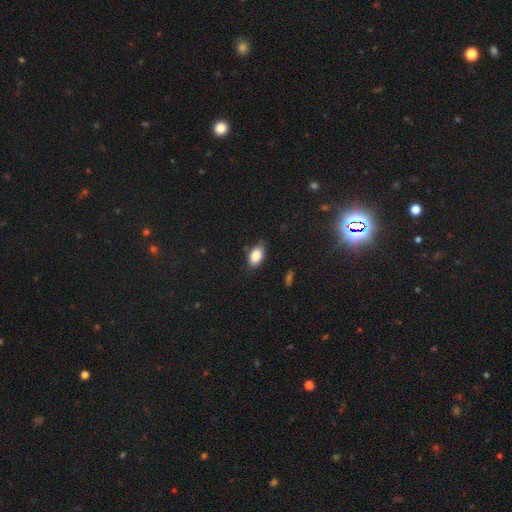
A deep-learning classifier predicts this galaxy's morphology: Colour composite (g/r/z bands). It shows a smooth galaxy with no disk features (86%) that is in between round and cigar-shaped (90%). Merging: none (77%).